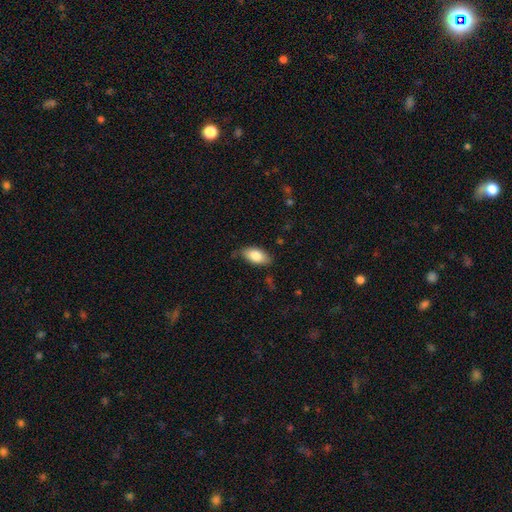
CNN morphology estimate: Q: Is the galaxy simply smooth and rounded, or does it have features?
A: smooth — 82%.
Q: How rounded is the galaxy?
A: in between — 92%.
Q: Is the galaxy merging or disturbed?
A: none — 78%.